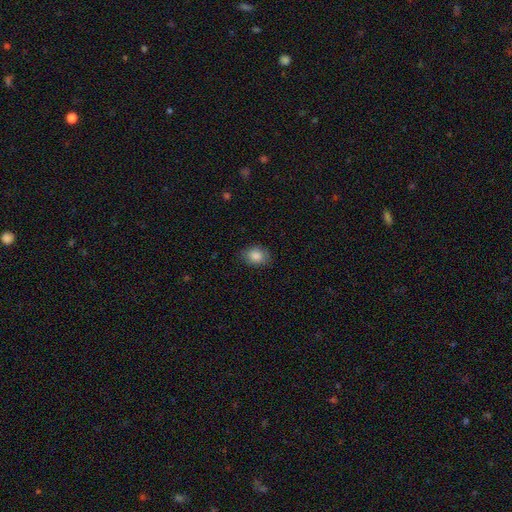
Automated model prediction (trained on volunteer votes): smooth 85%, star or artifact 9%, featured or disk 6%. Down the decision tree: how rounded — in between (65%); merging — none (82%).